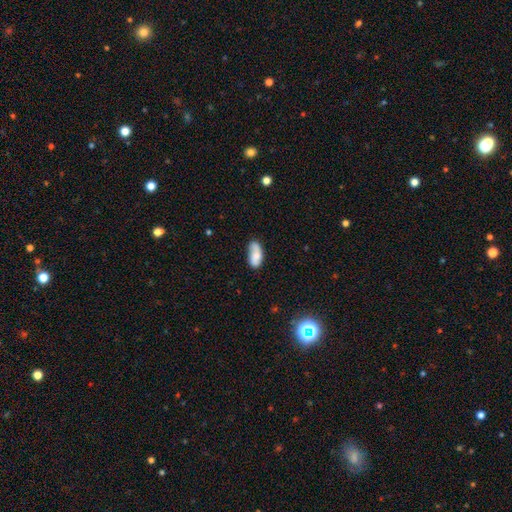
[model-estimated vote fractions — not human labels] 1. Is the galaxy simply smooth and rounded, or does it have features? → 67% smooth, 25% featured or disk, 8% star or artifact.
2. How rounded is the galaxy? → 87% in between, 9% cigar-shaped, 3% round.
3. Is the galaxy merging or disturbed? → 55% none, 28% minor disturbance, 9% major disturbance, 8% merger.